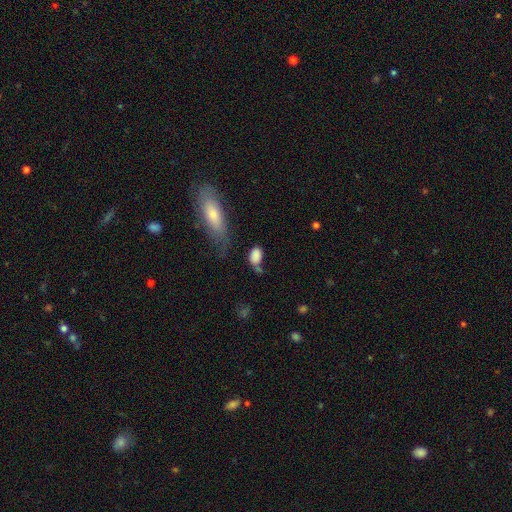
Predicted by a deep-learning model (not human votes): This is clearly a smooth galaxy (82%). How rounded: clearly in between (81%). Merging: marginally none (42%).